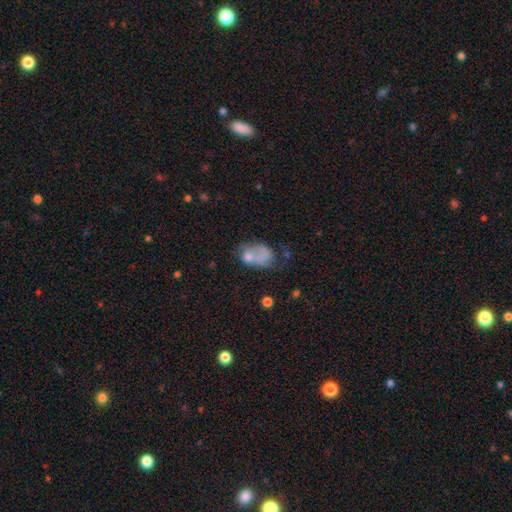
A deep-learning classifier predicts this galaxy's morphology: Smooth or featured: smooth — 60% (featured or disk — 27%)
How rounded: in between — 76% (round — 22%)
Merging: none — 28% (merger — 26%)